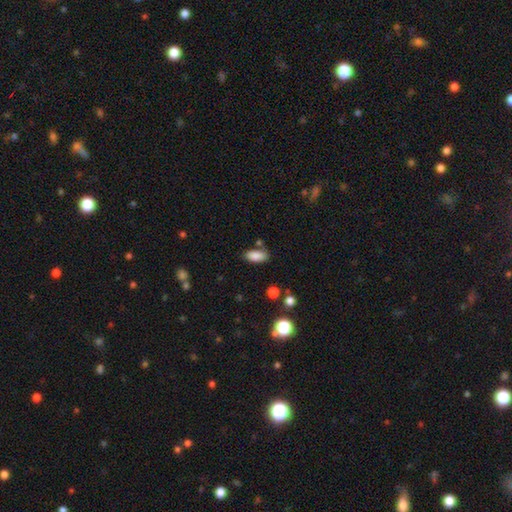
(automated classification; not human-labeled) This is clearly a smooth galaxy (86%). How rounded: clearly in between (90%). Merging: likely none (76%).